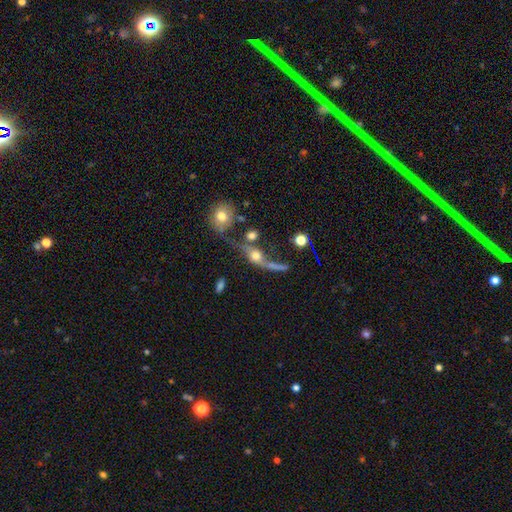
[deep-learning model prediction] The model was most divided on "merging": none: 34%, merger: 30%, major disturbance: 20%, minor disturbance: 16%. More confident: edge-on disk — no (63%); smooth or featured — featured or disk (55%).